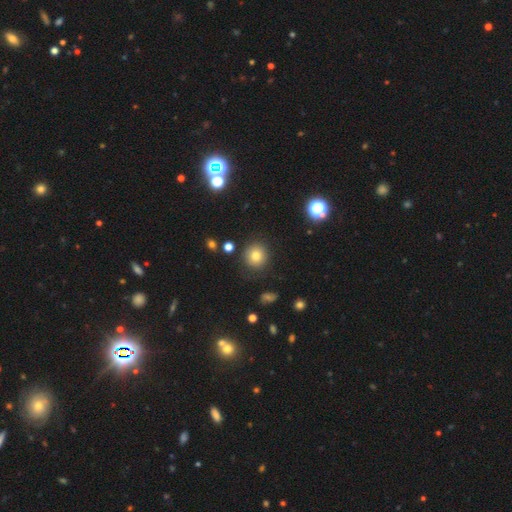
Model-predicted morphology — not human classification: type=smooth (77%); roundness=round (91%); merging=none (85%).